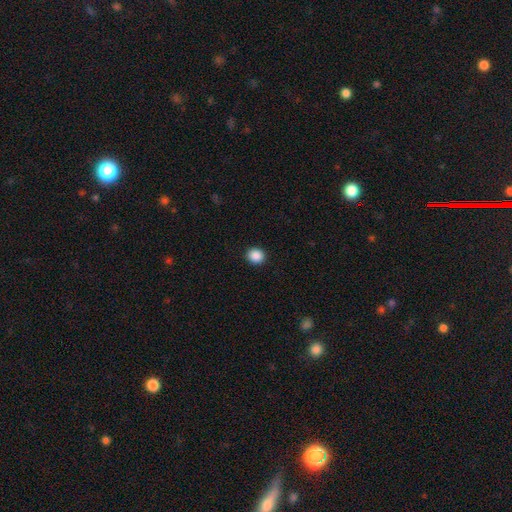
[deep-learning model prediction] This is clearly a smooth galaxy (88%). How rounded: likely round (79%). Merging: clearly none (92%).